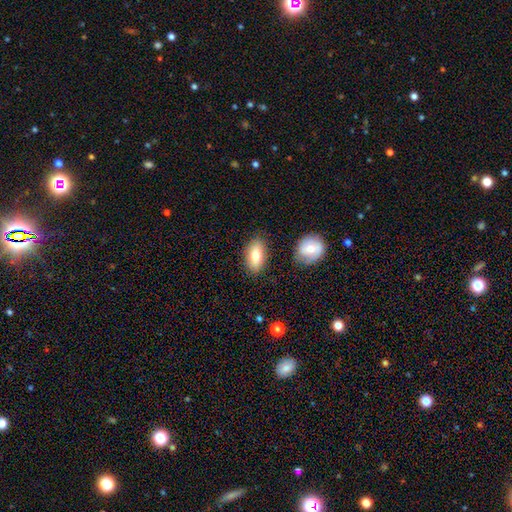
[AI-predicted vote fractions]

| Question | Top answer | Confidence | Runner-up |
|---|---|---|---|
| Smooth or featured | smooth | 79% | featured or disk (15%) |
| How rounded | in between | 89% | cigar-shaped (8%) |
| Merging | none | 81% | minor disturbance (12%) |